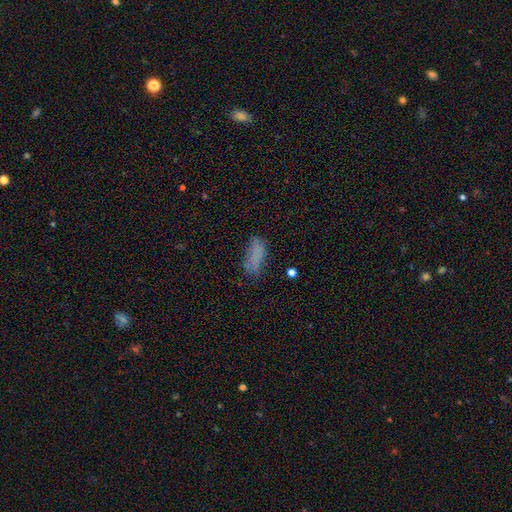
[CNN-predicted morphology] Smooth or featured? Predicted: smooth (p=0.75). How rounded? Predicted: in between (p=0.73). Merging? Predicted: none (p=0.60).